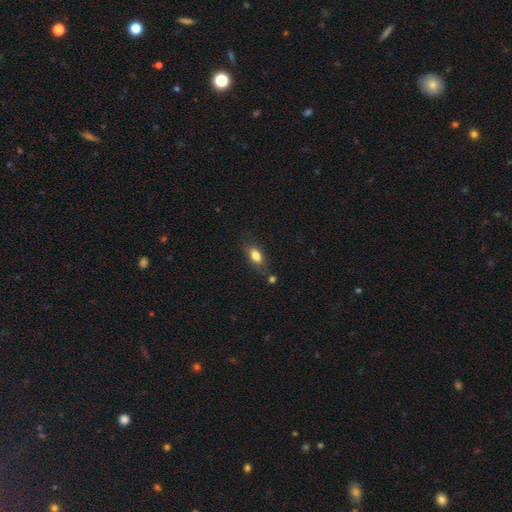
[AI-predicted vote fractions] Smooth or featured?
  - smooth: 79% *
  - featured or disk: 13%
  - star or artifact: 8%
How rounded?
  - in between: 83% *
  - cigar-shaped: 10%
  - round: 7%
Merging?
  - none: 65% *
  - minor disturbance: 21%
  - merger: 7%
  - major disturbance: 7%